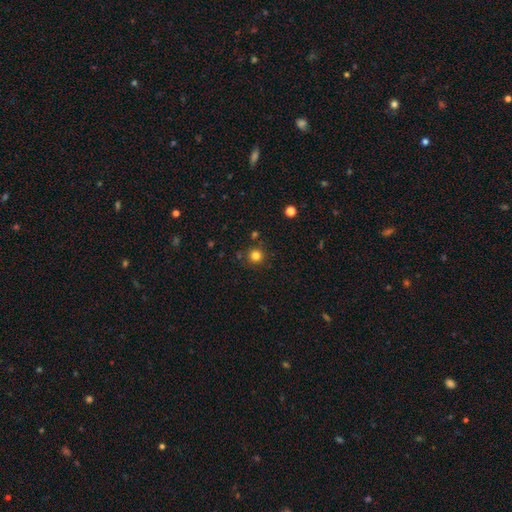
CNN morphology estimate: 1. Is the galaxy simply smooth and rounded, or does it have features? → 81% smooth, 14% star or artifact, 5% featured or disk.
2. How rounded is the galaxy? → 94% round, 5% in between, 1% cigar-shaped.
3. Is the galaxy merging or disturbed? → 86% none, 8% minor disturbance, 4% merger, 2% major disturbance.